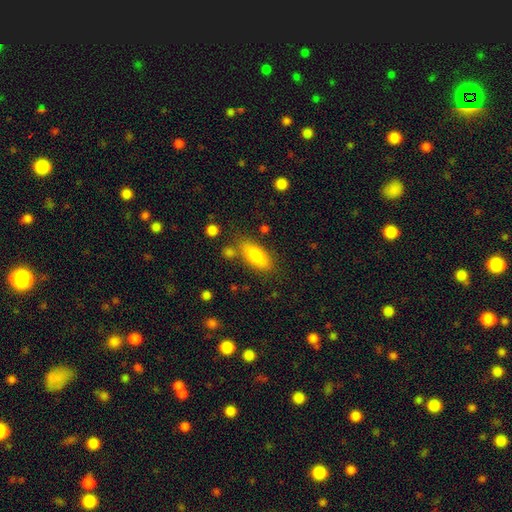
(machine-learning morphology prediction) type=smooth (81%); roundness=in between (78%); merging=none (73%).